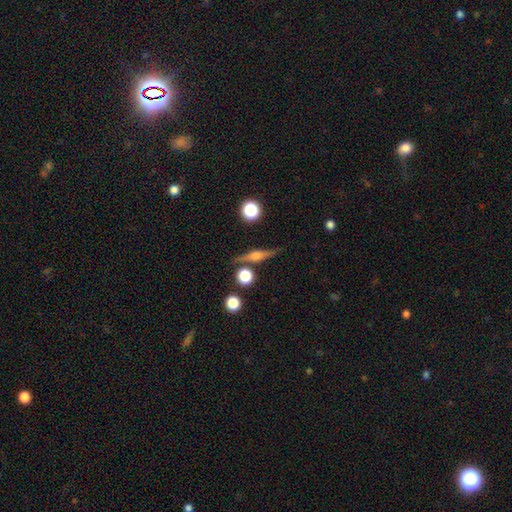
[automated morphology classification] type=featured or disk (71%); edge-on=yes (96%); edge-on bulge=rounded (82%); merging=none (83%).